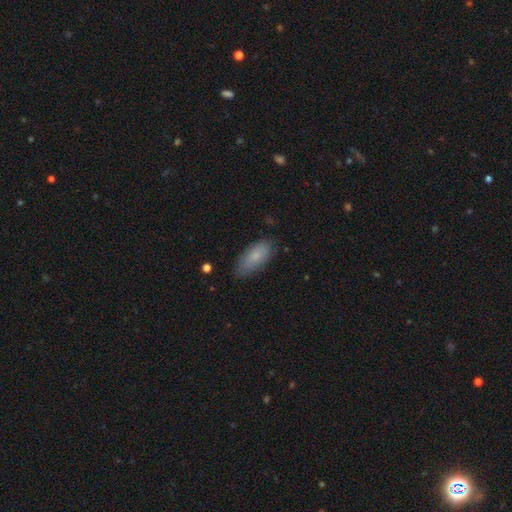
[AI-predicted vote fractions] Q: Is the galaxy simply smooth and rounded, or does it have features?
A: smooth — 79%.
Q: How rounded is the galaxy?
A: in between — 83%.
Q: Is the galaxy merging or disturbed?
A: none — 76%.